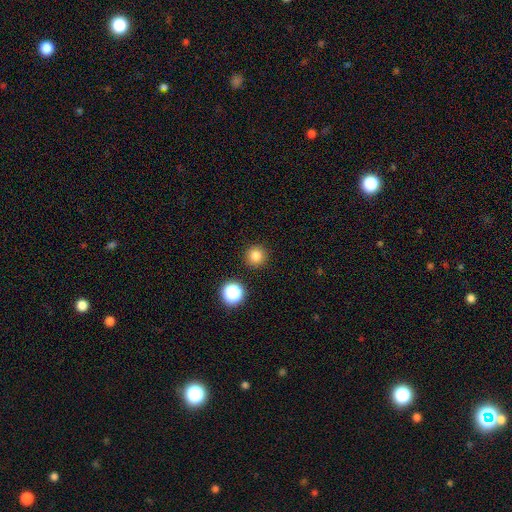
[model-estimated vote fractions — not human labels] Overall: smooth (81%). How rounded: round (95%). Merging: none (91%).